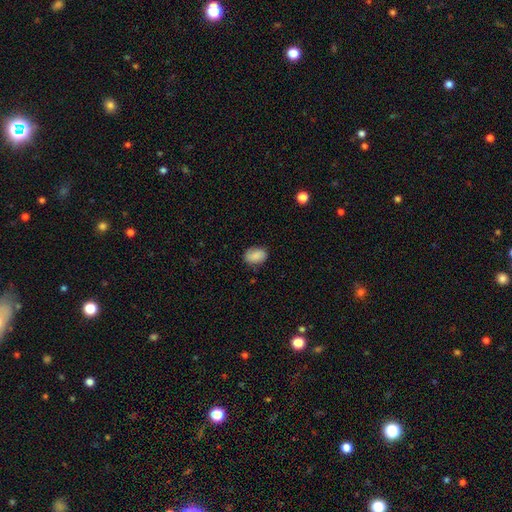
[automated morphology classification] This is clearly a smooth galaxy (83%). How rounded: likely in between (80%). Merging: likely none (75%).